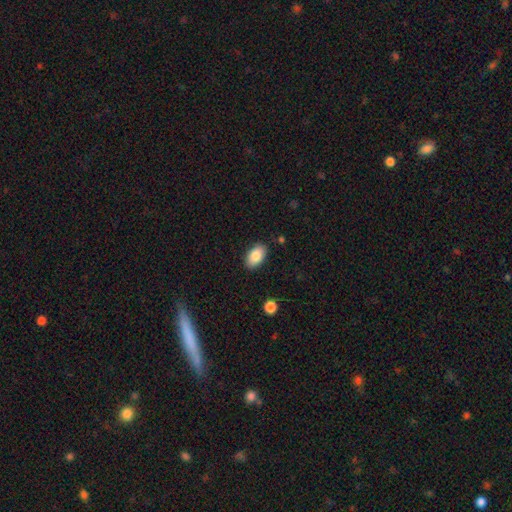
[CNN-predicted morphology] A smooth galaxy with no disk features (86%) that is in between round and cigar-shaped (93%). Merging: none (86%).